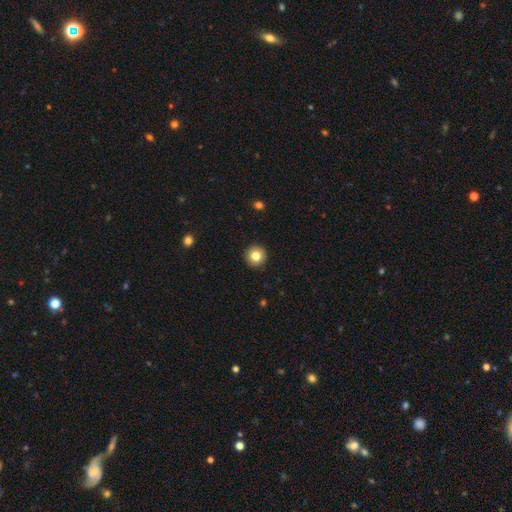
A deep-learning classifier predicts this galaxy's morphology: This is clearly a smooth galaxy (82%). How rounded: clearly round (95%). Merging: clearly none (93%).